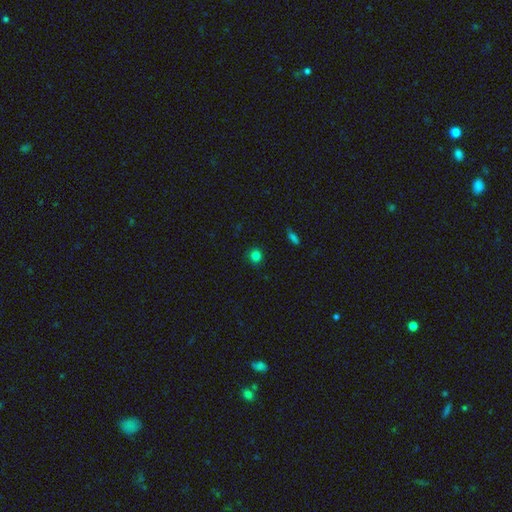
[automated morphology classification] Smooth or featured? smooth (82%)
How rounded? round (90%)
Merging? none (87%)